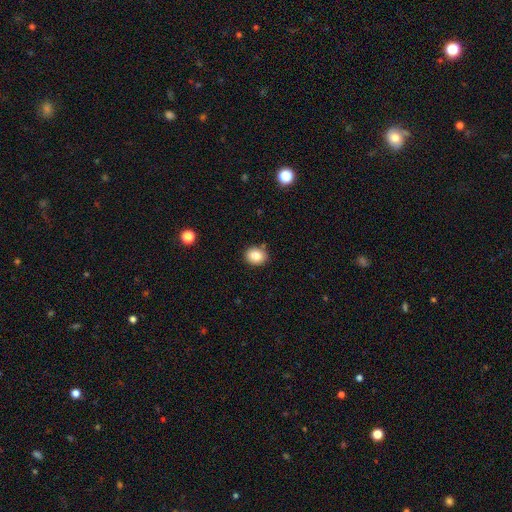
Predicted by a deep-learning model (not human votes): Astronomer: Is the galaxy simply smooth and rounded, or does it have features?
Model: smooth — 84%.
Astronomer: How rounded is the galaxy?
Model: round — 63%.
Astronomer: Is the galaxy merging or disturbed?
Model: none — 85%.